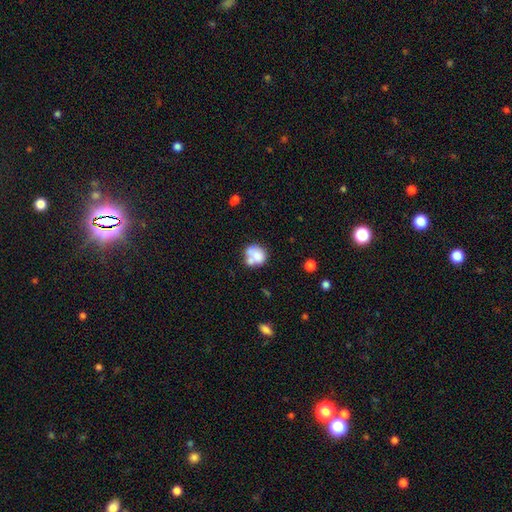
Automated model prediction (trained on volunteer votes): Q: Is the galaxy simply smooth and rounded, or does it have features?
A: smooth — 64%.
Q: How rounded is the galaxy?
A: round — 69%.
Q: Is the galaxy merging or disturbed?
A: merger — 41%.